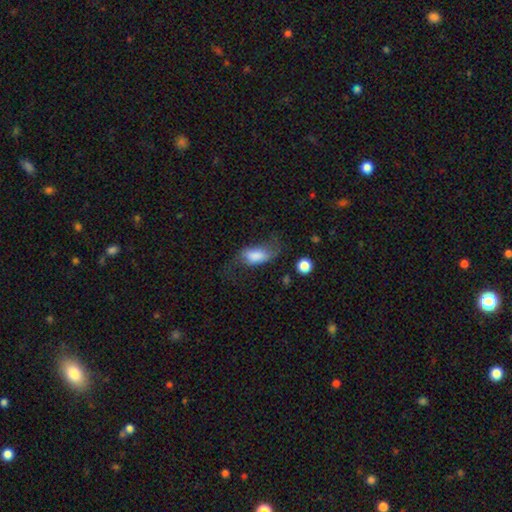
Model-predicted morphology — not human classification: The model was most divided on "merging": none: 39%, major disturbance: 33%, minor disturbance: 24%, merger: 4%. More confident: how rounded — in between (87%); smooth or featured — smooth (66%).